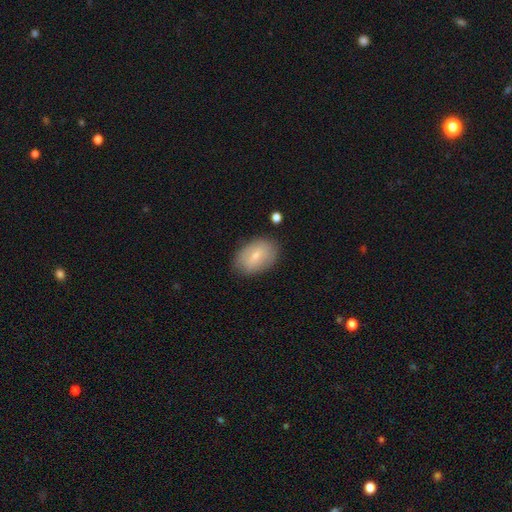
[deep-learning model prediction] Smooth or featured? Predicted: smooth (p=0.62). How rounded? Predicted: in between (p=0.87). Merging? Predicted: none (p=0.80).